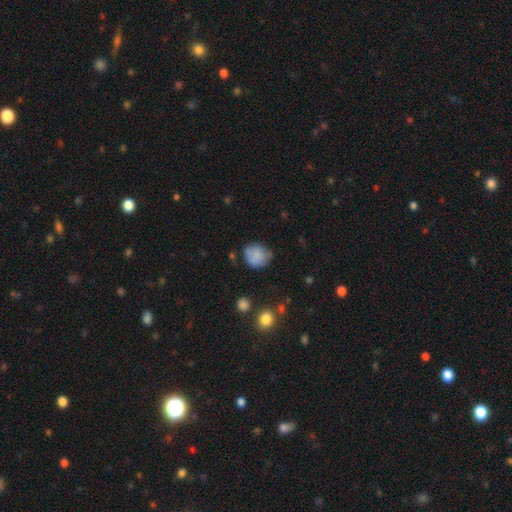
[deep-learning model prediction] Q: Smooth or featured?
A: smooth (80%); runner-up: featured or disk (11%)
Q: How rounded?
A: round (68%); runner-up: in between (31%)
Q: Merging?
A: none (58%); runner-up: minor disturbance (30%)